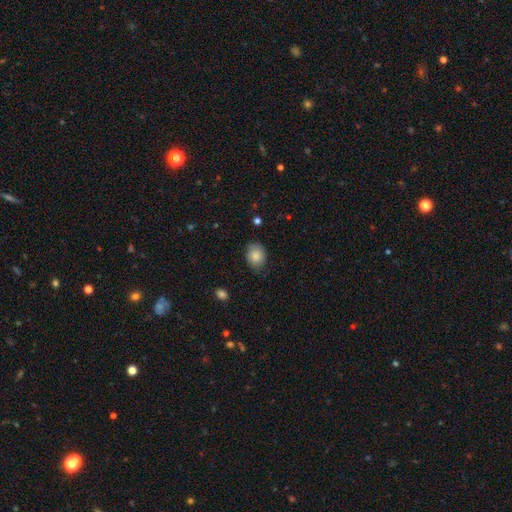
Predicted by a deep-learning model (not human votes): A smooth galaxy with no disk features (84%) that is in between round and cigar-shaped (56%). Merging: none (75%).